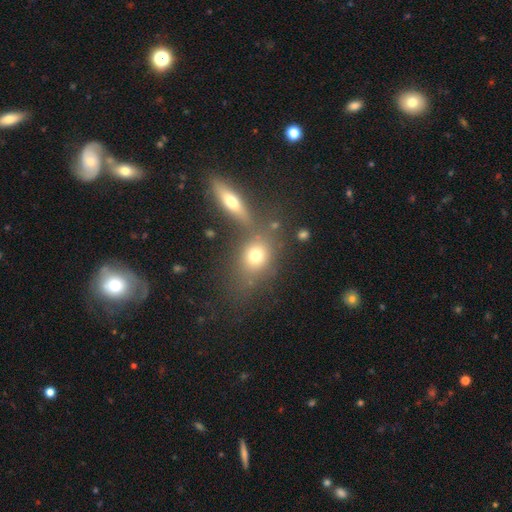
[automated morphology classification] A smooth galaxy with no disk features (71%) that is round (52%). Merging: none (54%).